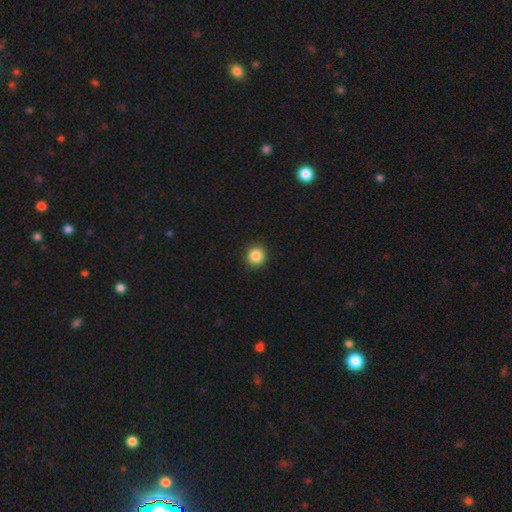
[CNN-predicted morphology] smooth 86%, star or artifact 10%, featured or disk 4%. Down the decision tree: how rounded — round (94%); merging — none (92%).